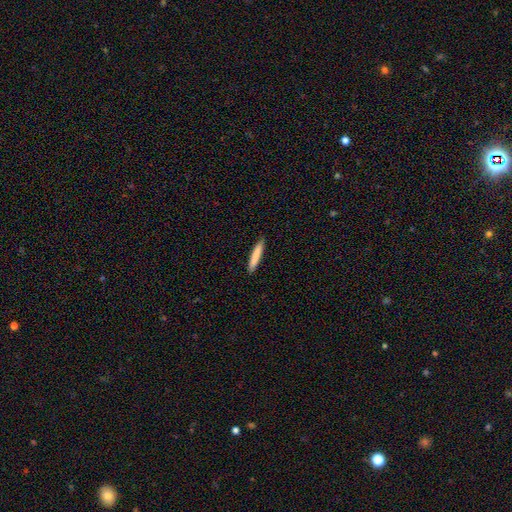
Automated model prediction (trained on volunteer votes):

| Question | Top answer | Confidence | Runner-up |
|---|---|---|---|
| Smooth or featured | smooth | 82% | featured or disk (12%) |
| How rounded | cigar-shaped | 94% | in between (5%) |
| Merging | none | 90% | minor disturbance (7%) |